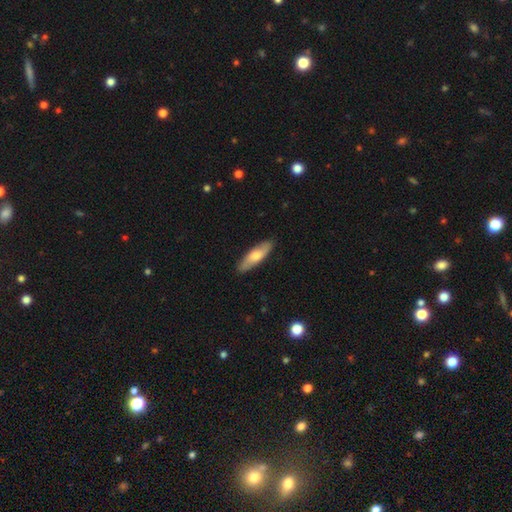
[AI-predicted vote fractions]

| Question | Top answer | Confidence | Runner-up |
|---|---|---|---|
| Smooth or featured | smooth | 67% | featured or disk (28%) |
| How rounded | cigar-shaped | 54% | in between (44%) |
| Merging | none | 88% | minor disturbance (9%) |